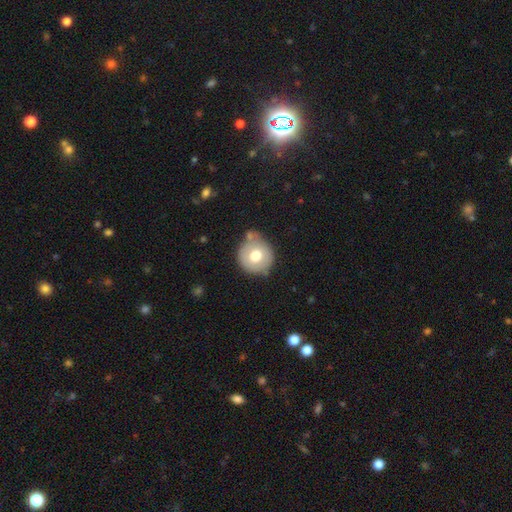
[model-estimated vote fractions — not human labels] This appears to be a smooth galaxy with no disk features (68%) that is round (90%). Merging: none (67%).